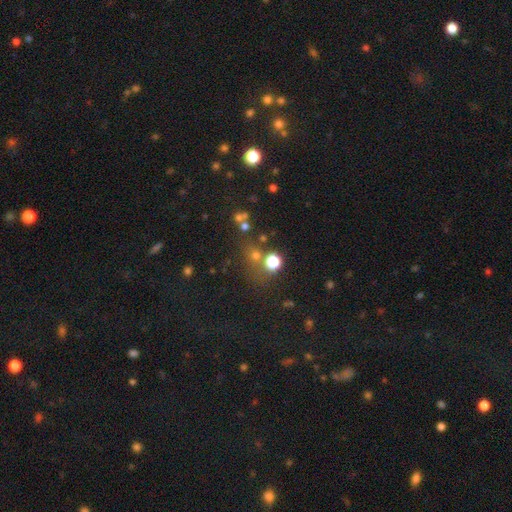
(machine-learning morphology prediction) The model was most divided on "smooth or featured": star or artifact: 53%, smooth: 38%, featured or disk: 9%.